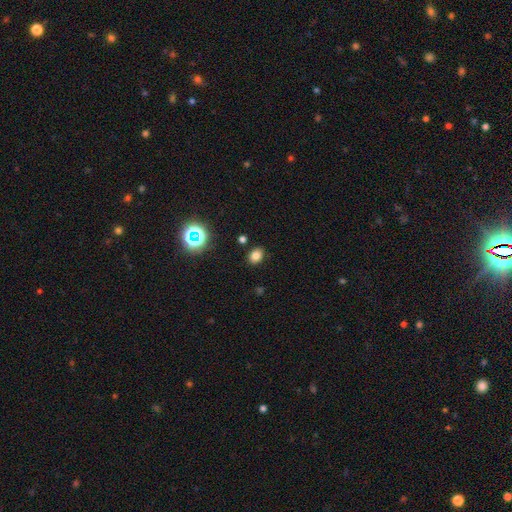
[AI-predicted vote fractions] Q: Smooth or featured?
A: smooth (77%); runner-up: star or artifact (17%)
Q: How rounded?
A: in between (60%); runner-up: round (39%)
Q: Merging?
A: none (87%); runner-up: minor disturbance (8%)